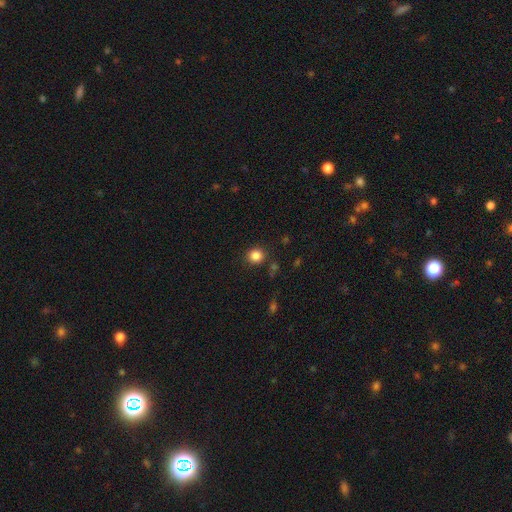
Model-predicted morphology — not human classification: A smooth galaxy with no disk features (85%) that is round (87%).

Vote fractions:
- Smooth or featured? smooth: 85% / star or artifact: 11% / featured or disk: 4%
- How rounded? round: 87% / in between: 12% / cigar-shaped: 1%
- Merging? none: 86% / minor disturbance: 8% / major disturbance: 3% / merger: 3%